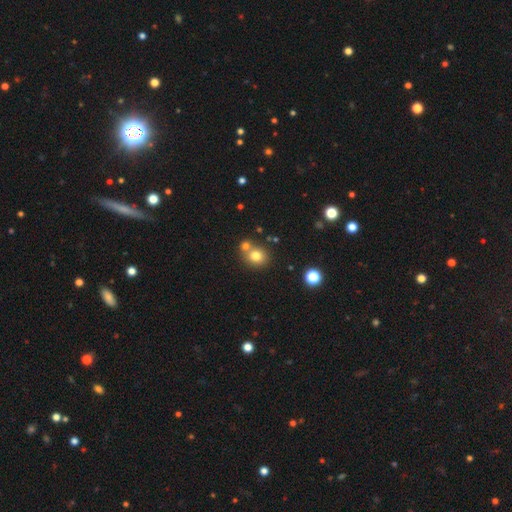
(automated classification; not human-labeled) Q: Smooth or featured?
A: smooth (77%); runner-up: star or artifact (13%)
Q: How rounded?
A: round (80%); runner-up: in between (19%)
Q: Merging?
A: none (57%); runner-up: merger (32%)